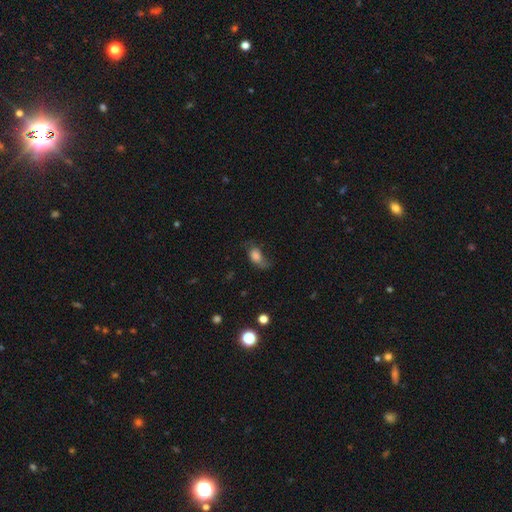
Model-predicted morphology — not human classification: smooth 68%, featured or disk 22%, star or artifact 11%. Down the decision tree: how rounded — in between (82%); merging — none (40%).